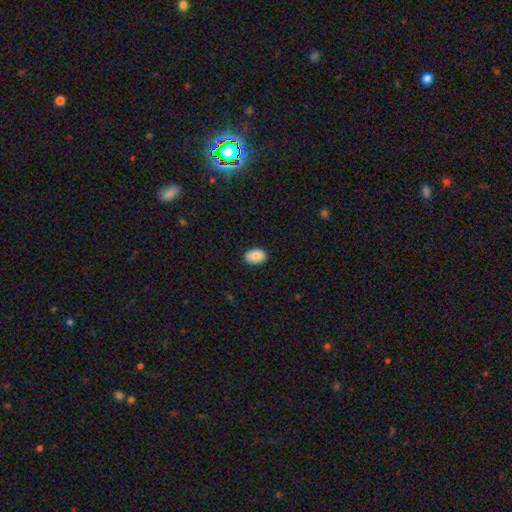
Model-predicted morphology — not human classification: smooth 90%, star or artifact 7%, featured or disk 3%. Down the decision tree: how rounded — in between (89%); merging — none (89%).